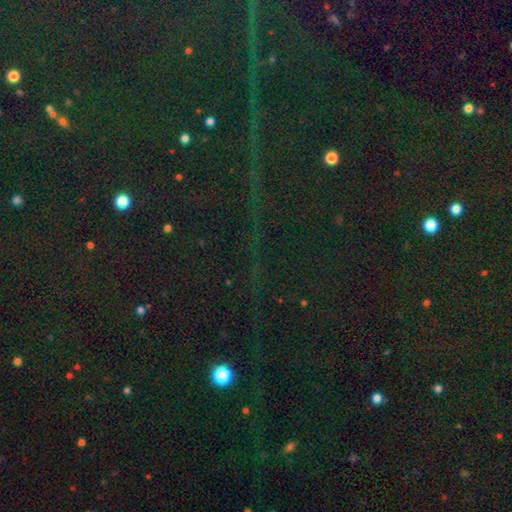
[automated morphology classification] Smooth or featured?
  - star or artifact: 85% *
  - smooth: 8%
  - featured or disk: 6%